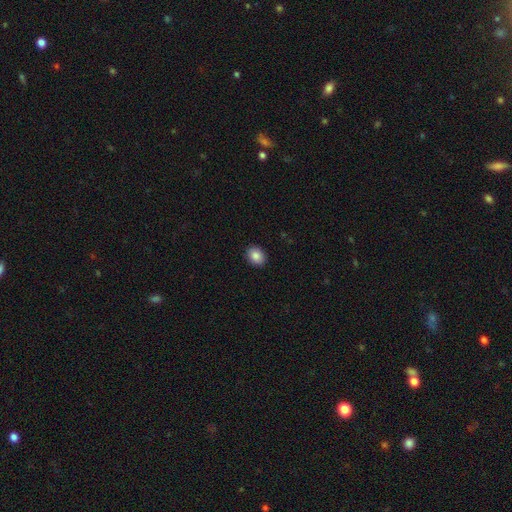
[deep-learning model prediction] Q: Smooth or featured?
A: smooth (86%); runner-up: star or artifact (8%)
Q: How rounded?
A: in between (56%); runner-up: round (43%)
Q: Merging?
A: none (91%); runner-up: minor disturbance (6%)